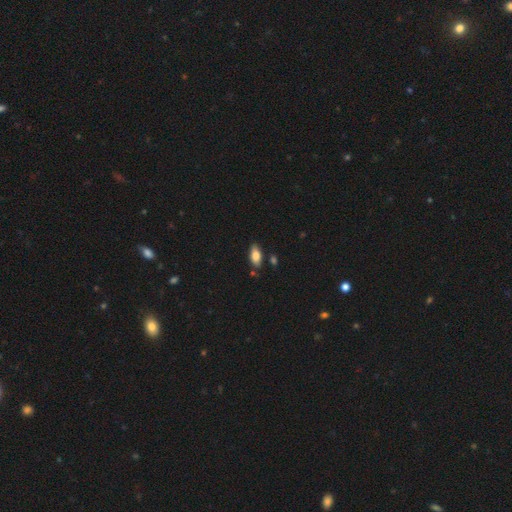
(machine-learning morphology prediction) Smooth or featured? smooth (80%)
How rounded? in between (90%)
Merging? none (80%)